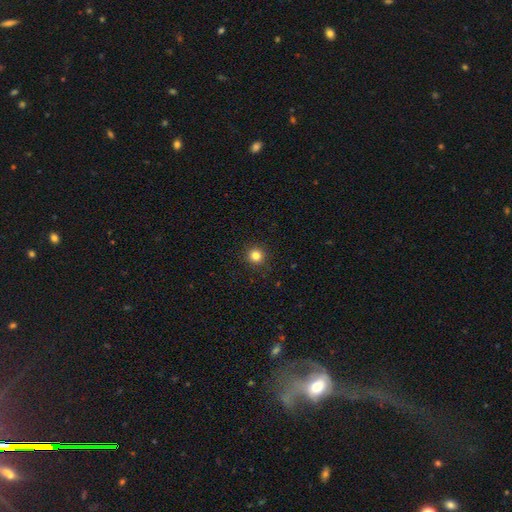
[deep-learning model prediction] A smooth galaxy with no disk features (83%) that is round (95%). Merging: none (92%).